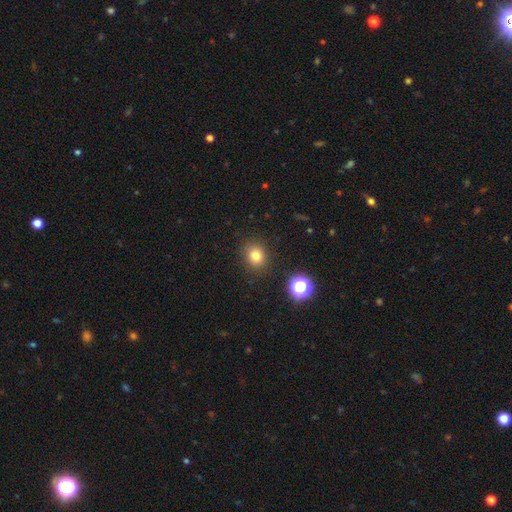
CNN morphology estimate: smooth-or-featured: smooth: 79% | star or artifact: 14% | featured or disk: 7%
  how-rounded: round: 73% | in between: 26% | cigar-shaped: 1%
  merging: none: 87% | minor disturbance: 8% | major disturbance: 3% | merger: 2%